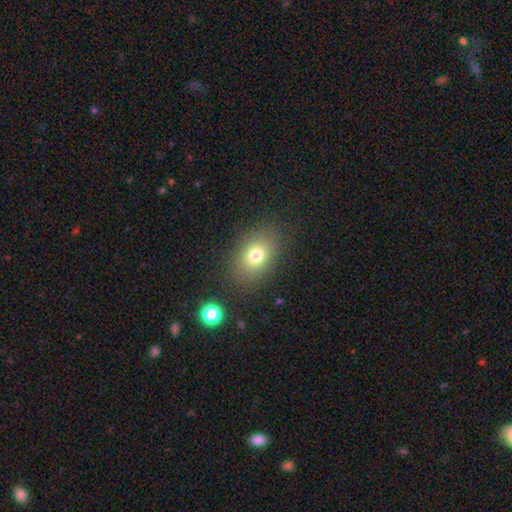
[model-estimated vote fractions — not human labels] smooth 75%, star or artifact 13%, featured or disk 12%. Down the decision tree: how rounded — in between (71%); merging — none (84%).